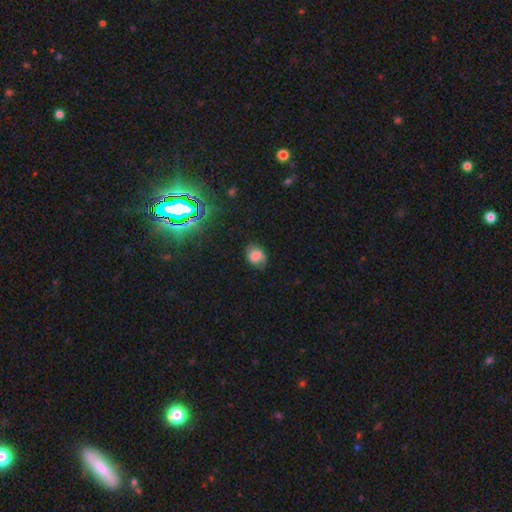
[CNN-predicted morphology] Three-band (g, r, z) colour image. It shows a smooth galaxy with no disk features (61%) that is in between round and cigar-shaped (62%). Merging: none (58%).